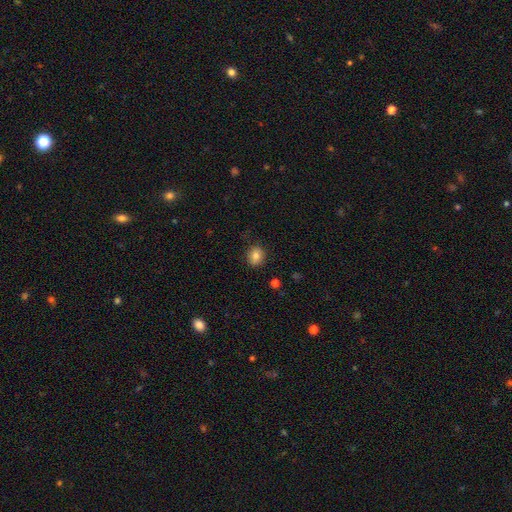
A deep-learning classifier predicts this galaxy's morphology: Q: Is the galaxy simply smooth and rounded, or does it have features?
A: smooth — 83%.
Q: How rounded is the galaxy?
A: round — 76%.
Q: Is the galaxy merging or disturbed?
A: none — 88%.